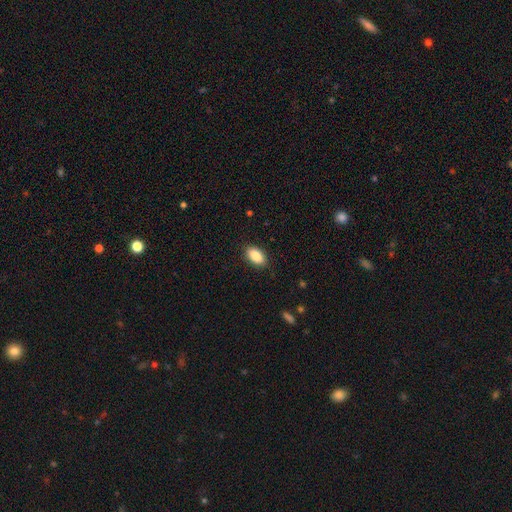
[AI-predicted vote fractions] The model was most divided on "merging": none: 88%, minor disturbance: 9%, major disturbance: 2%, merger: 1%. More confident: how rounded — in between (93%); smooth or featured — smooth (87%).